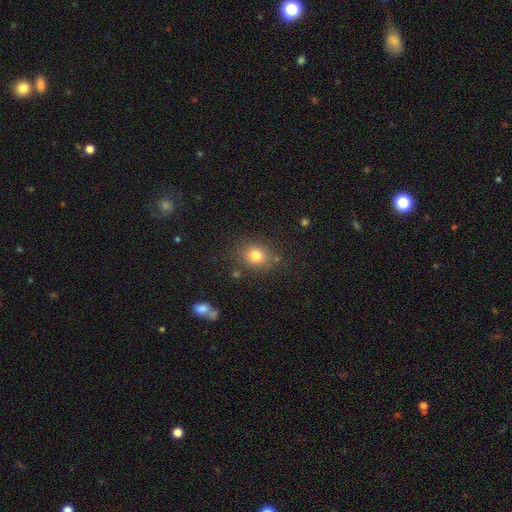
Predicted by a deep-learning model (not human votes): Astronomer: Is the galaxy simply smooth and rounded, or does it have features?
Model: smooth — 79%.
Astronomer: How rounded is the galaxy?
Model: round — 73%.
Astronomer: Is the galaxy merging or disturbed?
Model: none — 81%.